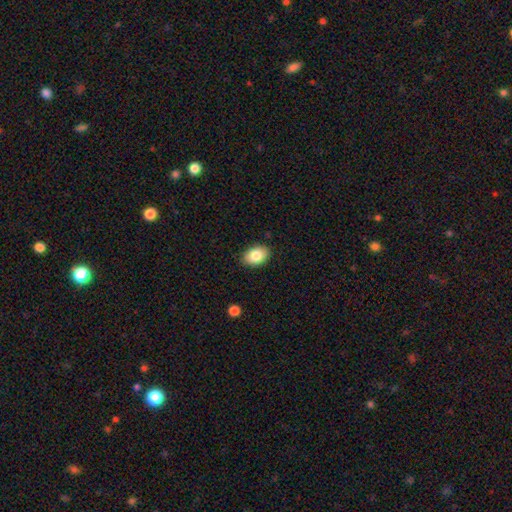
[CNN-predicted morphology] The model was most divided on "how rounded": in between: 85%, round: 14%, cigar-shaped: 1%. More confident: merging — none (88%); smooth or featured — smooth (84%).